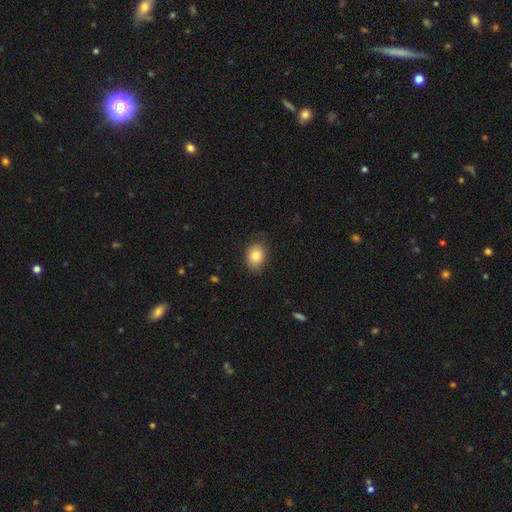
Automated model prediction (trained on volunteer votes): A smooth galaxy with no disk features (82%) that is in between round and cigar-shaped (68%).

Vote fractions:
- Smooth or featured? smooth: 82% / featured or disk: 9% / star or artifact: 8%
- How rounded? in between: 68% / round: 31% / cigar-shaped: 1%
- Merging? none: 78% / minor disturbance: 17% / major disturbance: 4% / merger: 1%